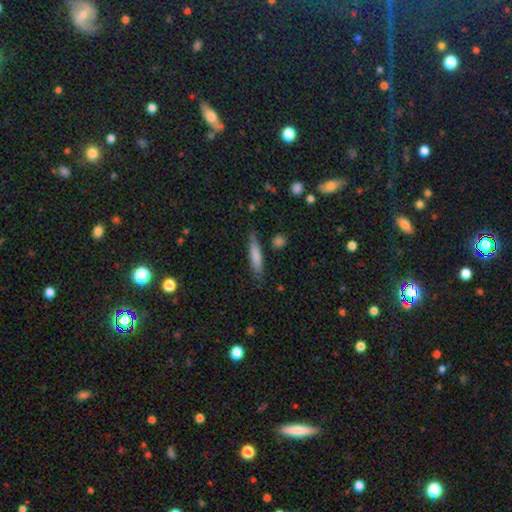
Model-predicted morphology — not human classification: Smooth or featured? smooth (75%)
How rounded? cigar-shaped (85%)
Merging? none (78%)